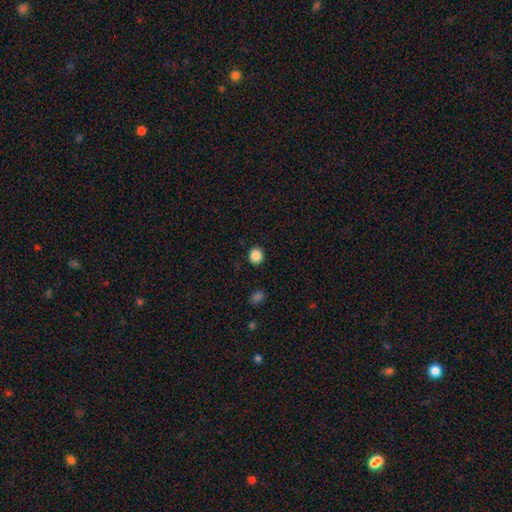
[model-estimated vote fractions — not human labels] This appears to be a smooth galaxy with no disk features (86%) that is round (85%). Merging: none (91%).